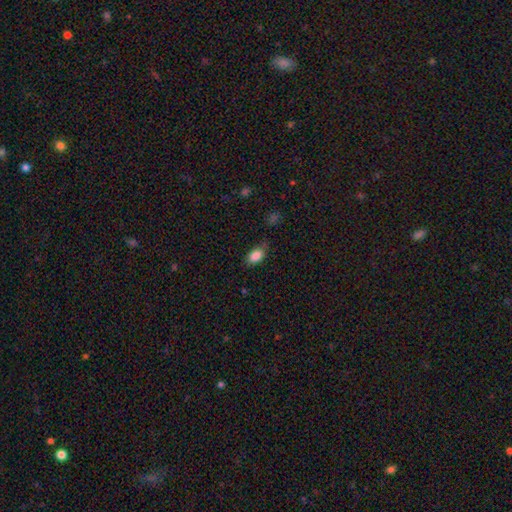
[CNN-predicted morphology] smooth-or-featured: smooth: 87% | star or artifact: 8% | featured or disk: 5%
  how-rounded: in between: 91% | round: 6% | cigar-shaped: 3%
  merging: none: 72% | minor disturbance: 21% | major disturbance: 5% | merger: 2%